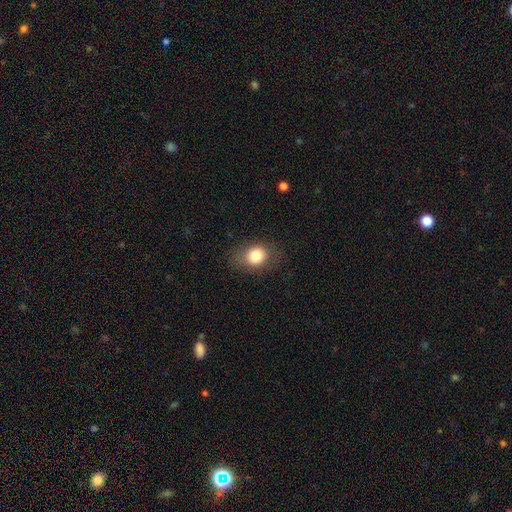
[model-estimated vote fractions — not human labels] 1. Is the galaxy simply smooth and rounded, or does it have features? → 80% smooth, 11% featured or disk, 10% star or artifact.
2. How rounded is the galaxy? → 50% round, 49% in between, 1% cigar-shaped.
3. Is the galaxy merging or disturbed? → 79% none, 14% minor disturbance, 6% major disturbance, 1% merger.